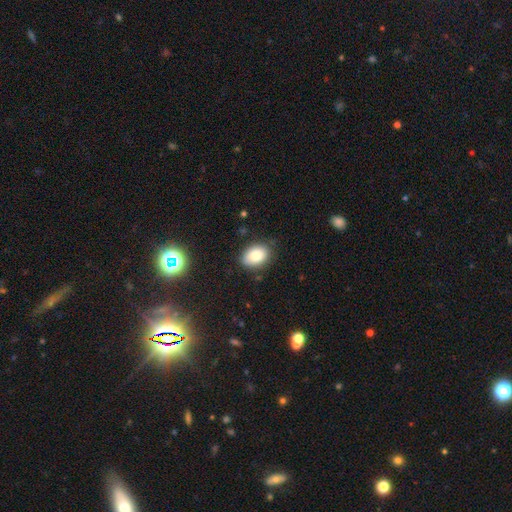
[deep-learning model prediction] This appears to be a smooth galaxy with no disk features (82%) that is in between round and cigar-shaped (80%). Merging: none (78%).